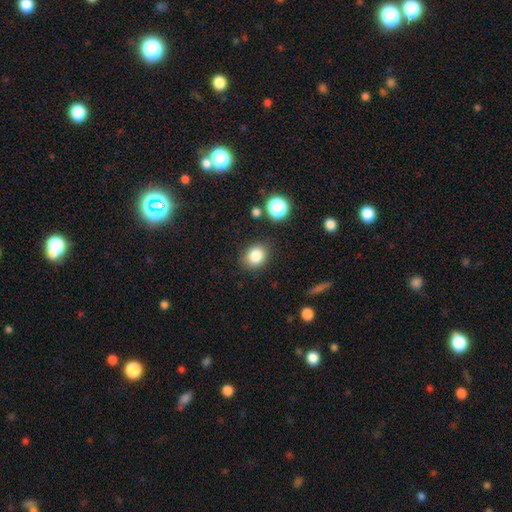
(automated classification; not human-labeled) Morphology: type=smooth (83%); roundness=round (56%); merging=none (83%).